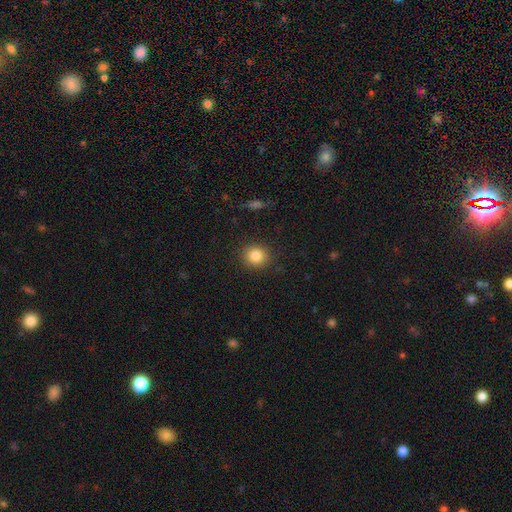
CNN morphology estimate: type=smooth (85%); roundness=round (83%); merging=none (88%).